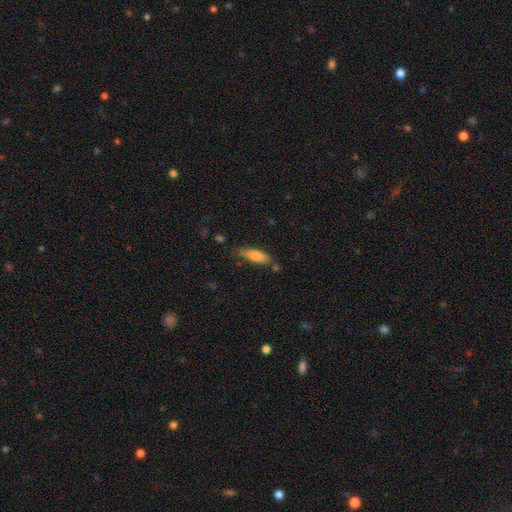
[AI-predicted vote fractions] A smooth galaxy with no disk features (81%) that is in between round and cigar-shaped (50%). Merging: none (72%).